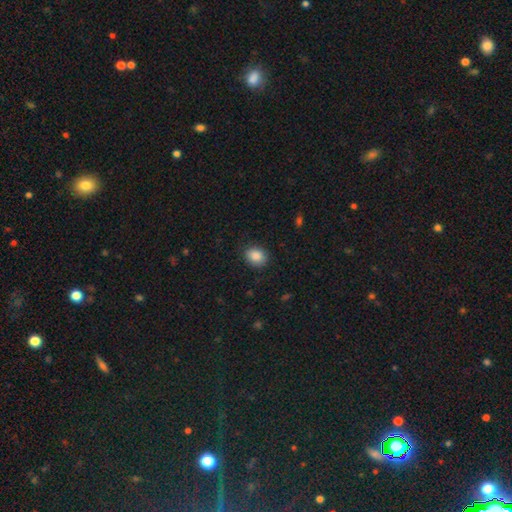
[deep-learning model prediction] Overall: smooth (88%). How rounded: in between (54%; round 45%). Merging: none (87%).